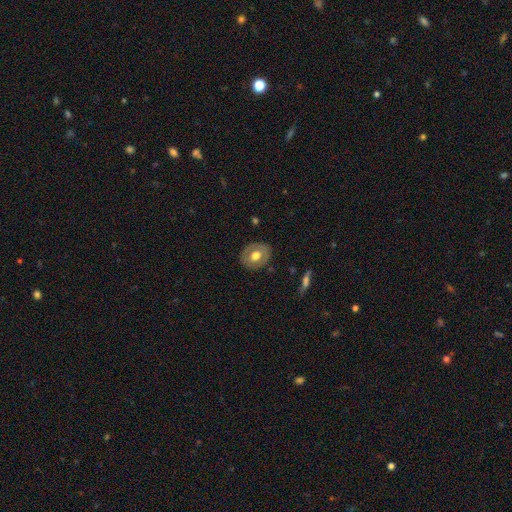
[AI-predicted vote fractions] Smooth or featured: smooth — 54% (featured or disk — 39%)
How rounded: round — 55% (in between — 44%)
Merging: none — 84% (minor disturbance — 11%)